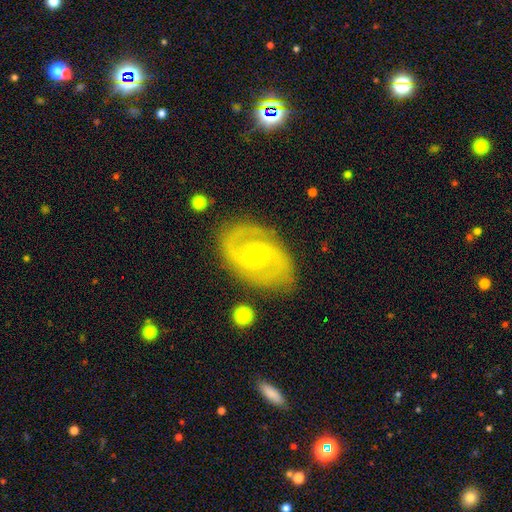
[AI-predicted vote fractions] This is clearly a featured or disk galaxy (88%). It is clearly not viewed edge-on (97%). Bar: possibly weak (50%). Spiral arm pattern: clearly yes (96%). Spiral arm count: clearly 2 (83%). Spiral winding: possibly medium (51%). Central bulge: likely small (74%). Merging: clearly none (80%).